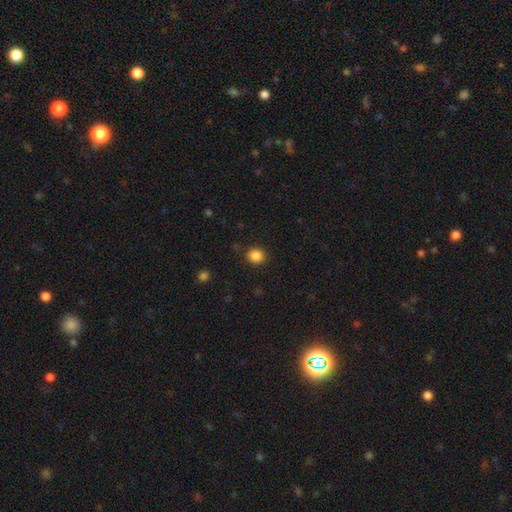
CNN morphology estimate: Smooth or featured?
  - smooth: 86% *
  - star or artifact: 11%
  - featured or disk: 3%
How rounded?
  - round: 83% *
  - in between: 16%
  - cigar-shaped: 1%
Merging?
  - none: 87% *
  - minor disturbance: 8%
  - major disturbance: 3%
  - merger: 2%